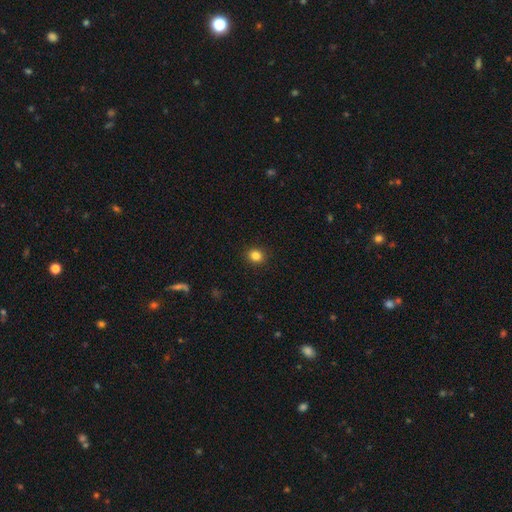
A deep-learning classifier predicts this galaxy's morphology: Smooth or featured: smooth — 84% (star or artifact — 12%)
How rounded: round — 78% (in between — 21%)
Merging: none — 92% (minor disturbance — 6%)